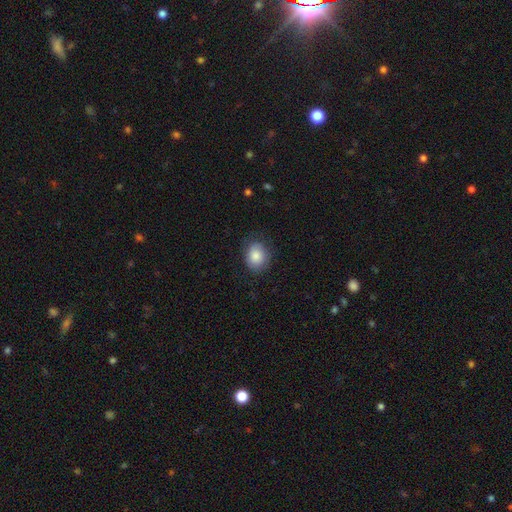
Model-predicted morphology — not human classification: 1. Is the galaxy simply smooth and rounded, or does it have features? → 85% smooth, 8% star or artifact, 7% featured or disk.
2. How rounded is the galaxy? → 51% round, 49% in between, 1% cigar-shaped.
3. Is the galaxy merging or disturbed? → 79% none, 16% minor disturbance, 4% major disturbance, 1% merger.